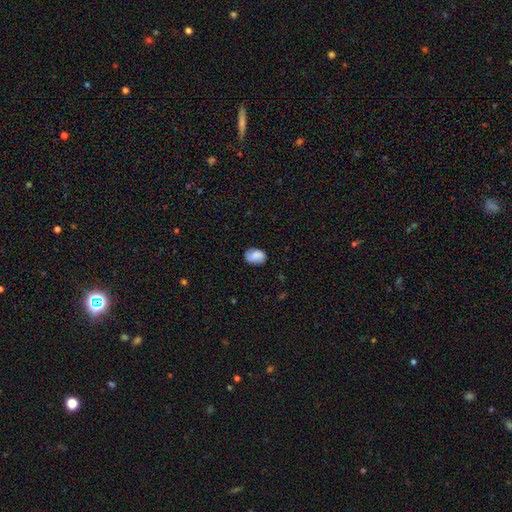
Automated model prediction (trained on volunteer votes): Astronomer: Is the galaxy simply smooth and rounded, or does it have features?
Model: smooth — 73%.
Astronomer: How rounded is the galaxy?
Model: in between — 80%.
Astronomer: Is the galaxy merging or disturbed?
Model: none — 79%.